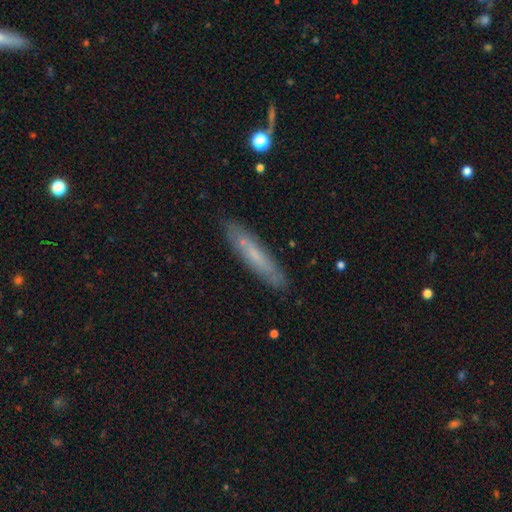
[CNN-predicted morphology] Smooth or featured: smooth — 55% (featured or disk — 38%)
How rounded: cigar-shaped — 88% (in between — 11%)
Merging: none — 85% (minor disturbance — 11%)